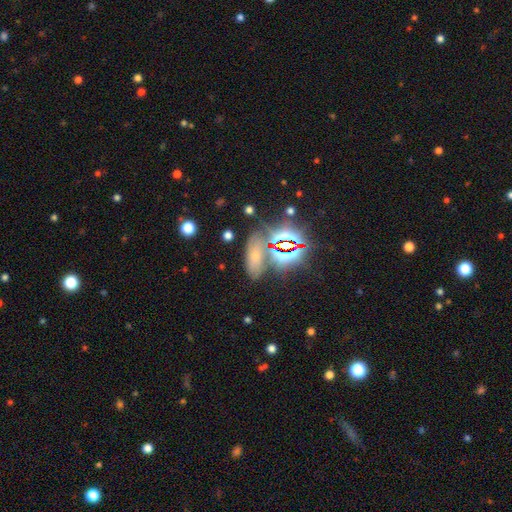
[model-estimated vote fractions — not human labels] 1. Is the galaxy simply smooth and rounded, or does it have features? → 45% smooth, 38% star or artifact, 17% featured or disk.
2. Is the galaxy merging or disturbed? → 68% none, 16% minor disturbance, 9% merger, 7% major disturbance.